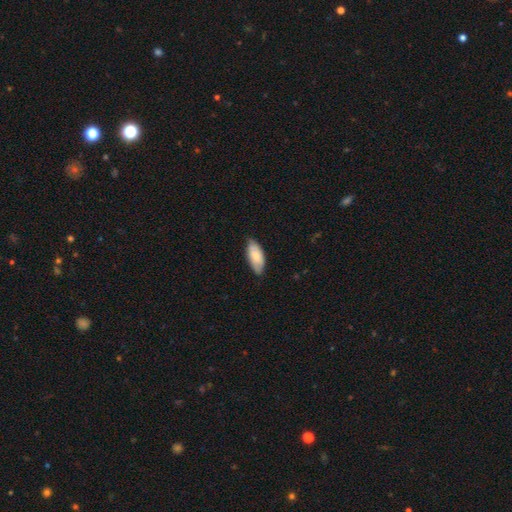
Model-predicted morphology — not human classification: Smooth or featured? Predicted: smooth (p=0.78). How rounded? Predicted: in between (p=0.86). Merging? Predicted: none (p=0.75).